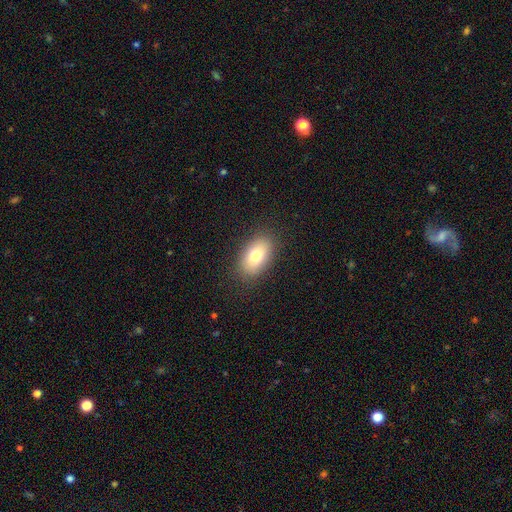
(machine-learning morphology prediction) smooth_or_featured: smooth (p=0.78) [alt: featured or disk p=0.14]
how_rounded: in between (p=0.91) [alt: round p=0.07]
merging: none (p=0.86) [alt: minor disturbance p=0.10]